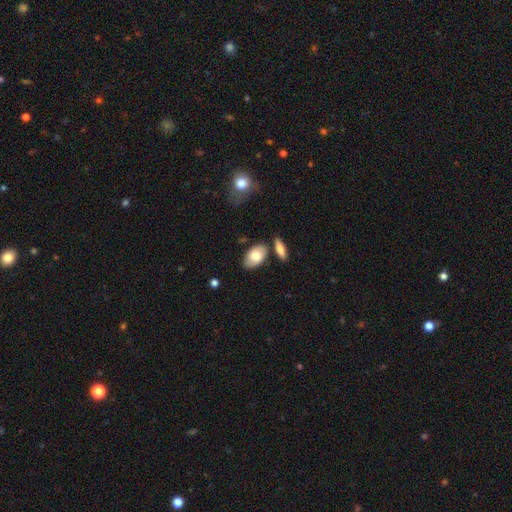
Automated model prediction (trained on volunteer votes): smooth 75%, featured or disk 20%, star or artifact 6%. Down the decision tree: how rounded — in between (93%); merging — none (72%).